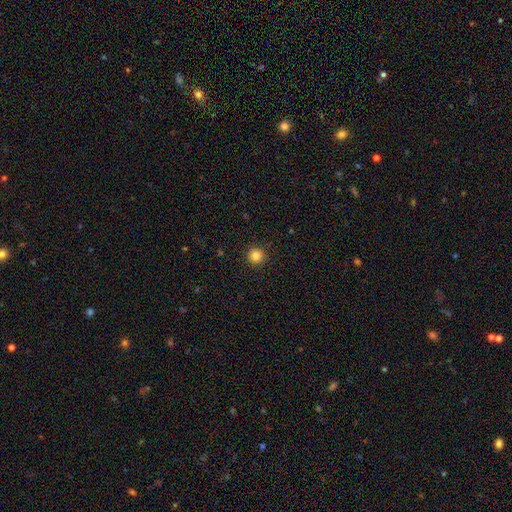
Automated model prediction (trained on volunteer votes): smooth 84%, star or artifact 12%, featured or disk 4%. Down the decision tree: how rounded — round (96%); merging — none (93%).